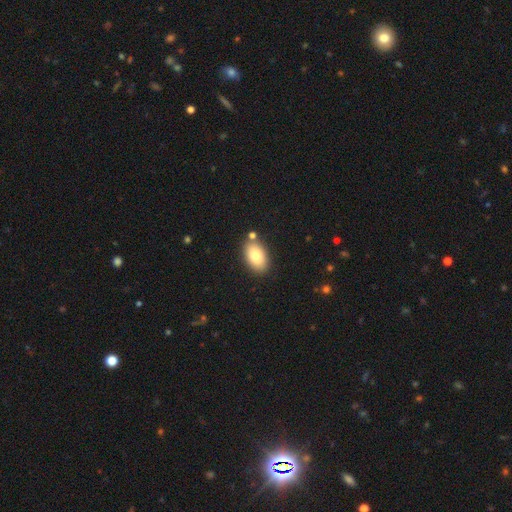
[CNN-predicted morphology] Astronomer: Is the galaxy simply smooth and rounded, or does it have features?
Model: smooth — 83%.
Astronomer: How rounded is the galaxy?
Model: in between — 92%.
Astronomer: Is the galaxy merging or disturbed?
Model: none — 80%.